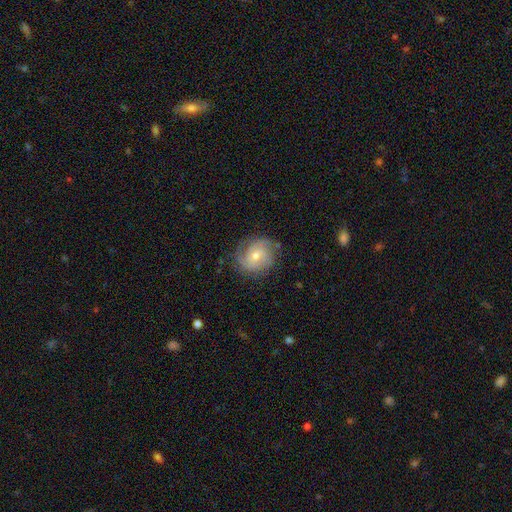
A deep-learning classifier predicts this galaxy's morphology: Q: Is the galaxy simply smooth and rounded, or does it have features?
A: featured or disk — 71%.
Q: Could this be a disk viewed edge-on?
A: no — 97%.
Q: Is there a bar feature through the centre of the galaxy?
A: no — 63%.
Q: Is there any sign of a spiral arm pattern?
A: yes — 92%.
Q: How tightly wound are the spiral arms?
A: tight — 52%.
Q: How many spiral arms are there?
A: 2 — 34%.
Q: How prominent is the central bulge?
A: moderate — 51%.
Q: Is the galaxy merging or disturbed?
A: none — 76%.